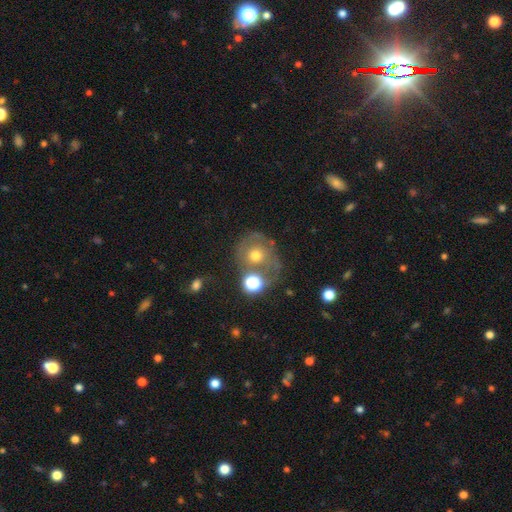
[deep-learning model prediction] Smooth or featured? smooth (46%)
Merging? none (47%)